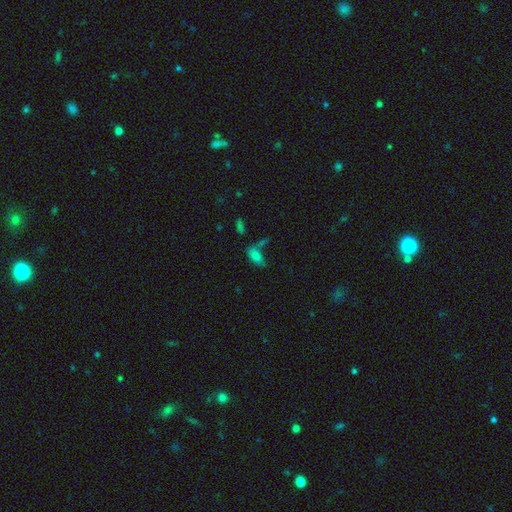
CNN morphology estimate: Smooth or featured?
  - smooth: 73% *
  - star or artifact: 14%
  - featured or disk: 13%
How rounded?
  - in between: 85% *
  - cigar-shaped: 11%
  - round: 4%
Merging?
  - none: 41% *
  - merger: 30%
  - minor disturbance: 17%
  - major disturbance: 12%